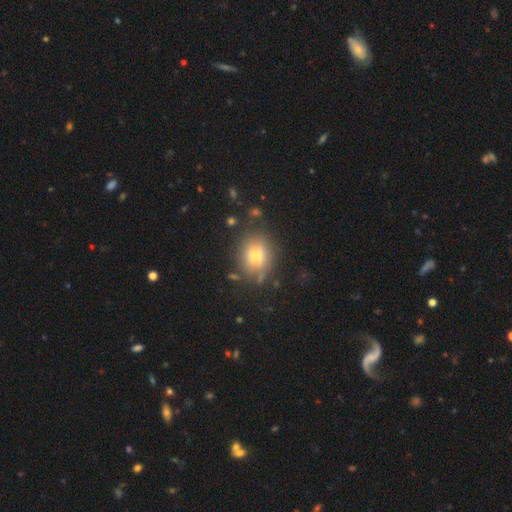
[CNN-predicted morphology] Overall: smooth (72%). How rounded: round (64%; in between 35%). Merging: none (75%).